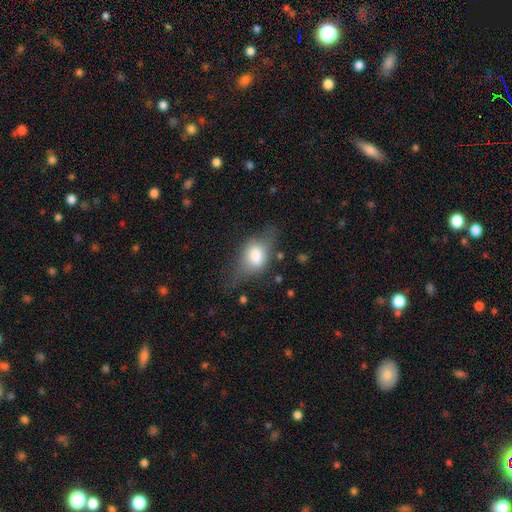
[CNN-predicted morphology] Smooth or featured: smooth — 65% (featured or disk — 27%)
How rounded: in between — 76% (round — 18%)
Merging: none — 48% (minor disturbance — 29%)